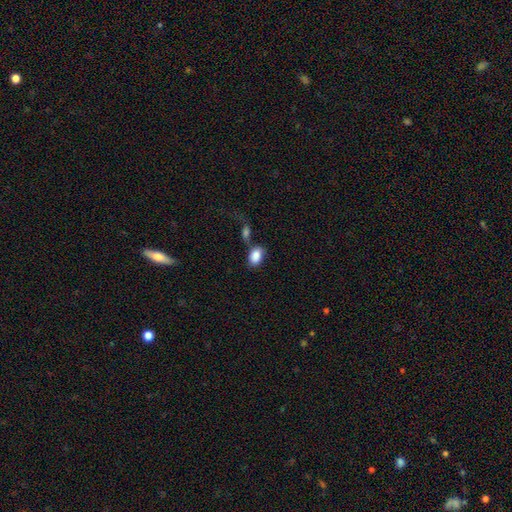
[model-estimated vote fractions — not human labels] Smooth or featured?
  - smooth: 86% *
  - star or artifact: 7%
  - featured or disk: 7%
How rounded?
  - in between: 85% *
  - round: 14%
  - cigar-shaped: 1%
Merging?
  - none: 44% *
  - merger: 31%
  - minor disturbance: 15%
  - major disturbance: 10%